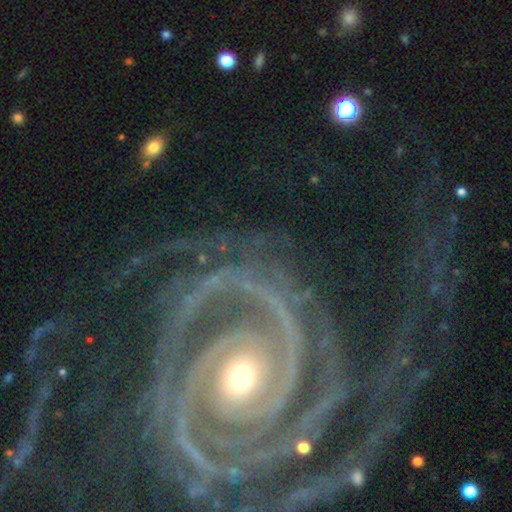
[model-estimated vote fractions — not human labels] Smooth or featured? Predicted: featured or disk (p=0.92). Edge-on disk? Predicted: no (p=0.97). Bar? Predicted: no (p=0.64). Spiral arms? Predicted: yes (p=0.98). Spiral winding? Predicted: tight (p=0.76). Spiral arm count? Predicted: 2 (p=0.36). Bulge size? Predicted: moderate (p=0.52). Merging? Predicted: none (p=0.65).